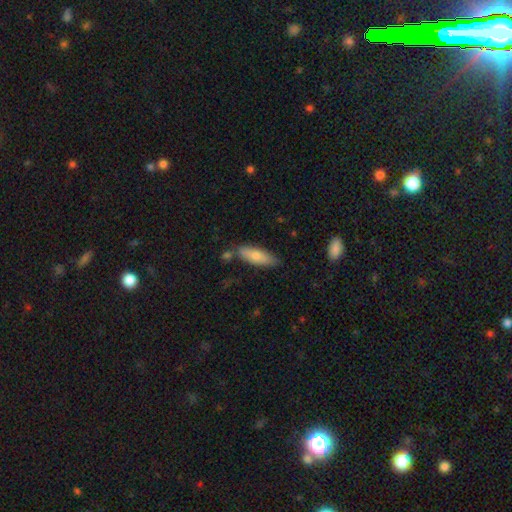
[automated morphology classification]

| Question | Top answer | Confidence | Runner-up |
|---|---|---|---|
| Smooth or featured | smooth | 71% | featured or disk (22%) |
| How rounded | cigar-shaped | 50% | in between (48%) |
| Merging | none | 76% | minor disturbance (15%) |